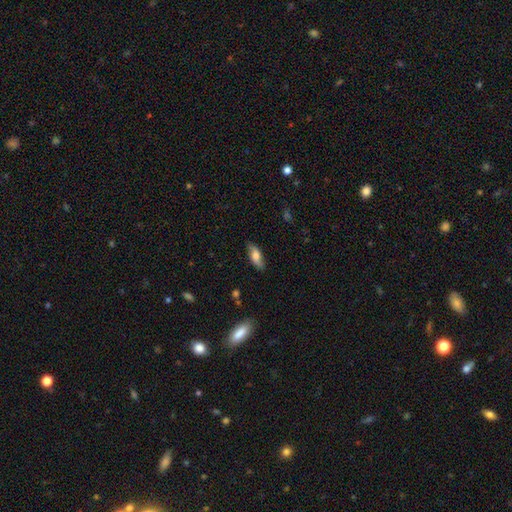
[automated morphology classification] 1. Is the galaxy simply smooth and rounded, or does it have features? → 64% smooth, 30% featured or disk, 7% star or artifact.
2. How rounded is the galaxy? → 72% in between, 25% cigar-shaped, 3% round.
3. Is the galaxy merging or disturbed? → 80% none, 16% minor disturbance, 3% major disturbance, 1% merger.